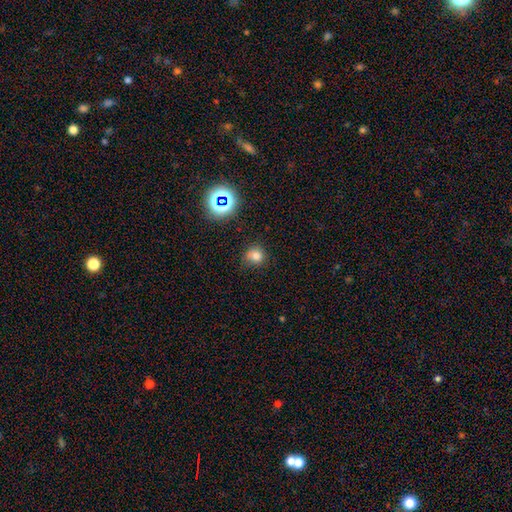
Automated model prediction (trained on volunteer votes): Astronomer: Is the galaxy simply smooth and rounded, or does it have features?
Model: smooth — 74%.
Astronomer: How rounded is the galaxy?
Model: round — 86%.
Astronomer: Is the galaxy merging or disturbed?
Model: none — 77%.